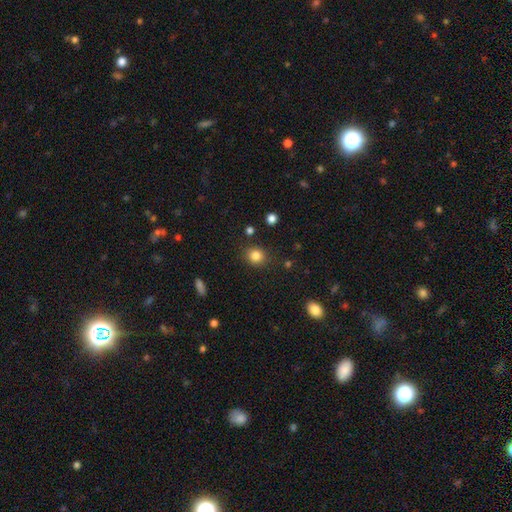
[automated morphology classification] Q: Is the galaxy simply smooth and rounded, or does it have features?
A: smooth — 84%.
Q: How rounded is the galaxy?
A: round — 81%.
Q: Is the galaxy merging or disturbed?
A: none — 86%.